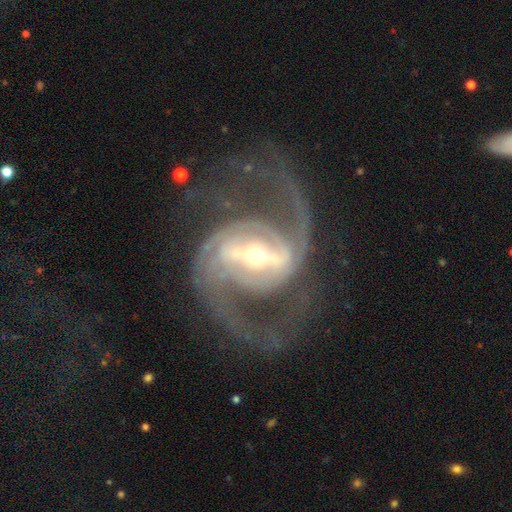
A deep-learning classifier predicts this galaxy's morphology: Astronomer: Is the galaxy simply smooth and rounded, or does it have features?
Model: featured or disk — 93%.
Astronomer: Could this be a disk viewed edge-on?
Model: no — 97%.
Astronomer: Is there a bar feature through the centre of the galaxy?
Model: strong — 71%.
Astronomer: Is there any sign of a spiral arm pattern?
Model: yes — 98%.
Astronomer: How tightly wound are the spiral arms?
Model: medium — 58%.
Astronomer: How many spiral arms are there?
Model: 2 — 87%.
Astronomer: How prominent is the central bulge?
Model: small — 61%.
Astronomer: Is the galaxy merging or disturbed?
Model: none — 69%.